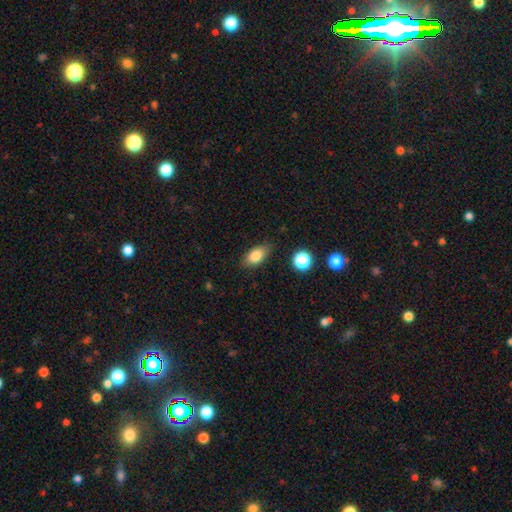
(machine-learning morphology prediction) A smooth galaxy with no disk features (83%) that is in between round and cigar-shaped (87%).

Vote fractions:
- Smooth or featured? smooth: 83% / featured or disk: 9% / star or artifact: 9%
- How rounded? in between: 87% / round: 8% / cigar-shaped: 5%
- Merging? none: 80% / minor disturbance: 15% / major disturbance: 3% / merger: 2%